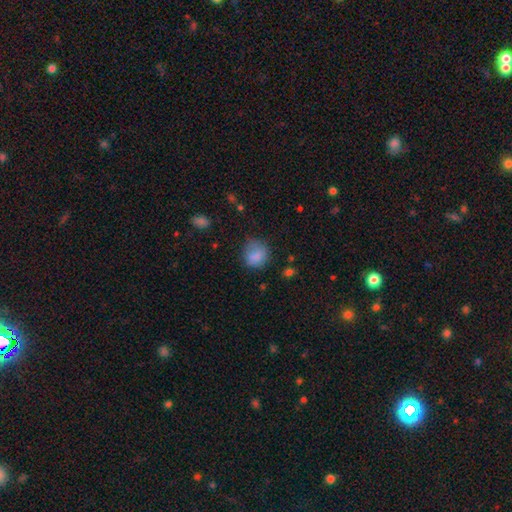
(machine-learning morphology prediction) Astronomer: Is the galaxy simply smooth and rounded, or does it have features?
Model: smooth — 80%.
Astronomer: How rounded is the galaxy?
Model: round — 69%.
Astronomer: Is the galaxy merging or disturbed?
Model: none — 59%.